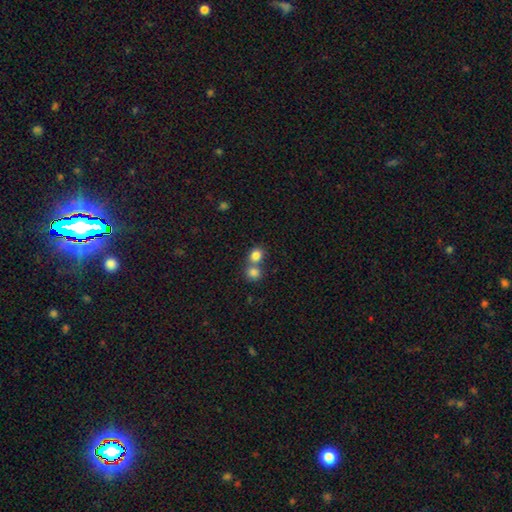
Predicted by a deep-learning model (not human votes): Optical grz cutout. It shows a smooth galaxy with no disk features (82%) that is round (72%). Merging: merger (48%).